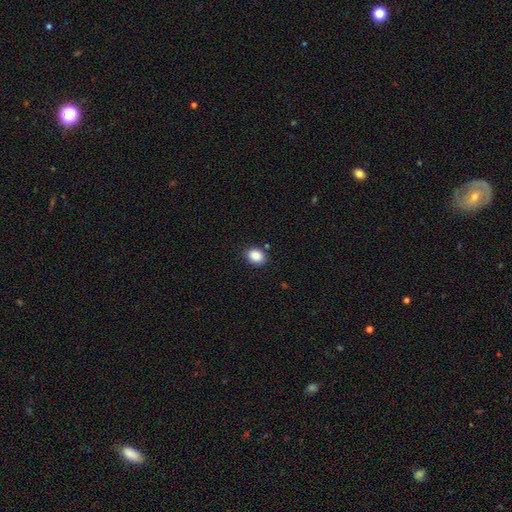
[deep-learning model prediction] Smooth or featured? Predicted: smooth (p=0.88). How rounded? Predicted: in between (p=0.55). Merging? Predicted: none (p=0.86).